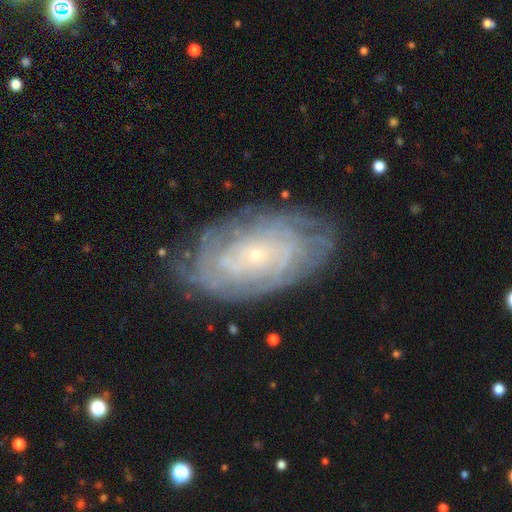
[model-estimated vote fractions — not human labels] Morphology: type=featured or disk (81%); edge-on=no (95%); bar=no (81%); spiral arms=yes (91%); winding=tight (81%); arm count=can't tell (47%); bulge=small (87%); merging=none (79%).